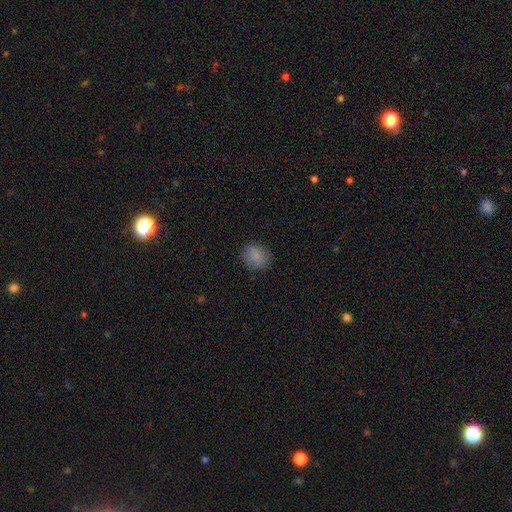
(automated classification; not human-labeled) A smooth galaxy with no disk features (84%) that is round (68%).

Vote fractions:
- Smooth or featured? smooth: 84% / star or artifact: 9% / featured or disk: 7%
- How rounded? round: 68% / in between: 31% / cigar-shaped: 1%
- Merging? none: 81% / minor disturbance: 14% / major disturbance: 4% / merger: 1%